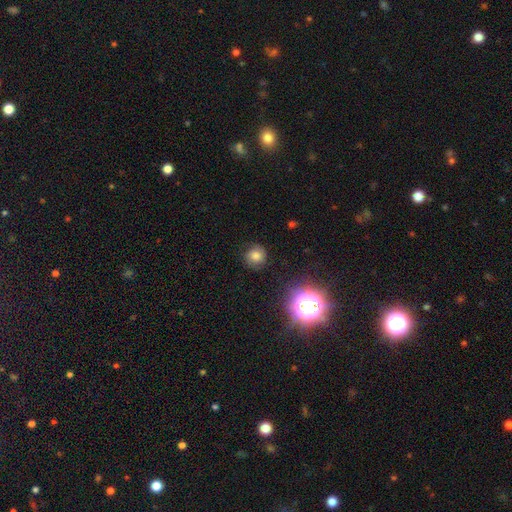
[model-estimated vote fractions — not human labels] smooth 67%, featured or disk 17%, star or artifact 16%. Down the decision tree: how rounded — round (87%); merging — none (81%).